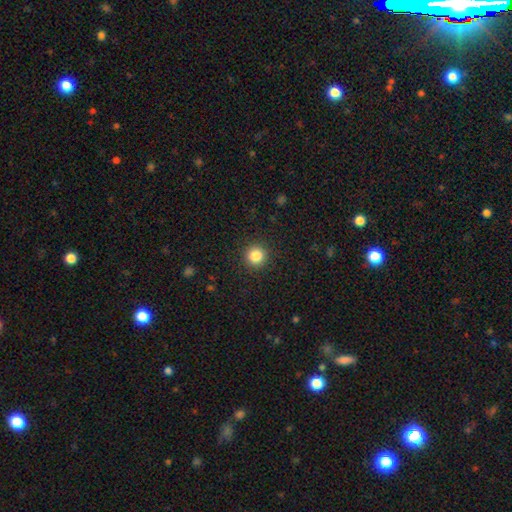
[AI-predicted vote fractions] Overall: smooth (85%). How rounded: round (95%). Merging: none (92%).